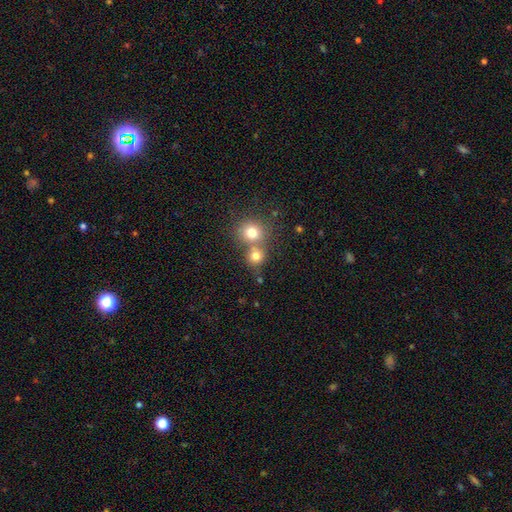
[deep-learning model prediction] This is likely a smooth galaxy (77%). How rounded: clearly round (86%). Merging: possibly none (51%).